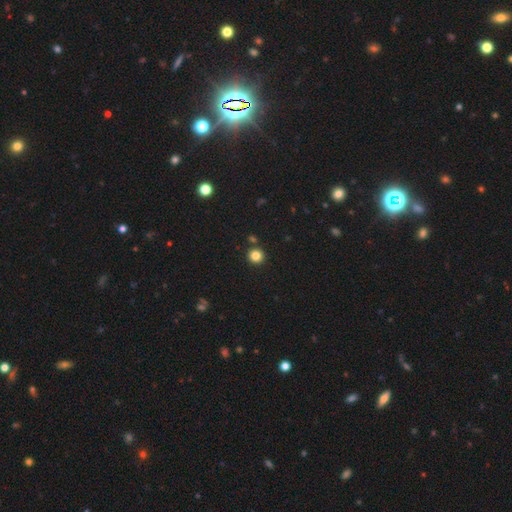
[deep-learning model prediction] A smooth galaxy with no disk features (83%) that is round (94%).

Vote fractions:
- Smooth or featured? smooth: 83% / star or artifact: 12% / featured or disk: 5%
- How rounded? round: 94% / in between: 5% / cigar-shaped: 1%
- Merging? none: 88% / minor disturbance: 5% / merger: 5% / major disturbance: 2%